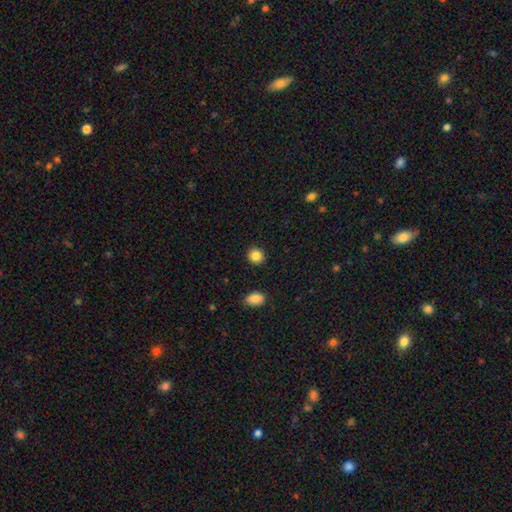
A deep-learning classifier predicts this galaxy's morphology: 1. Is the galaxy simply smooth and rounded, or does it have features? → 86% smooth, 10% star or artifact, 4% featured or disk.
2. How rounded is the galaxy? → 84% round, 15% in between, 1% cigar-shaped.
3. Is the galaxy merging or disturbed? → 91% none, 5% minor disturbance, 2% major disturbance, 1% merger.